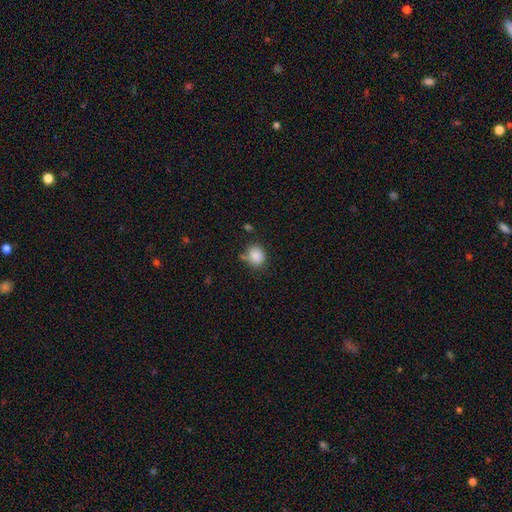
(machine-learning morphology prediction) smooth_or_featured: smooth (p=0.87) [alt: star or artifact p=0.09]
how_rounded: round (p=0.67) [alt: in between p=0.32]
merging: none (p=0.70) [alt: minor disturbance p=0.19]